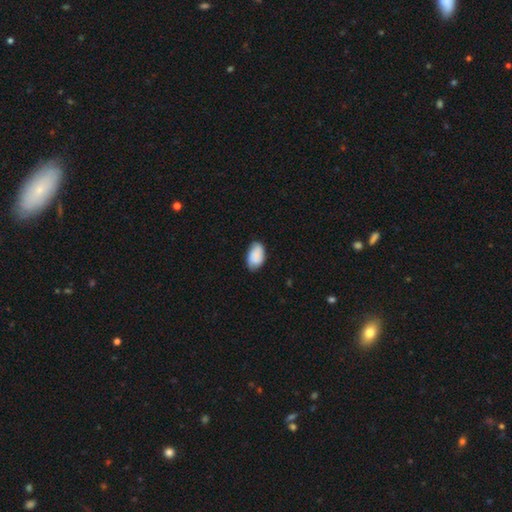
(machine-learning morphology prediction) smooth-or-featured: smooth: 78% | featured or disk: 14% | star or artifact: 7%
  how-rounded: in between: 92% | round: 7% | cigar-shaped: 1%
  merging: none: 71% | minor disturbance: 24% | major disturbance: 4% | merger: 1%